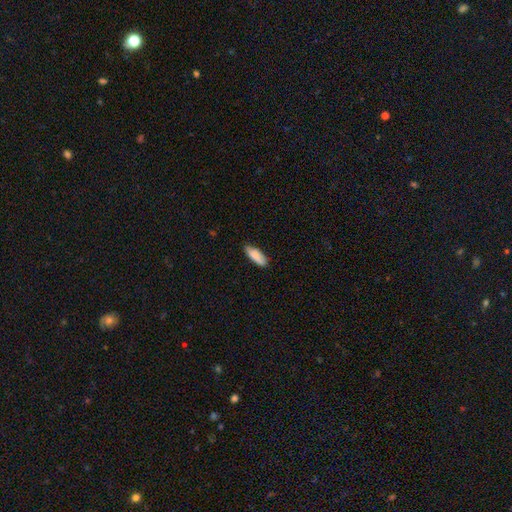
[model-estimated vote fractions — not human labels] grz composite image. It shows a smooth galaxy with no disk features (86%) that is in between round and cigar-shaped (65%). Merging: none (80%).